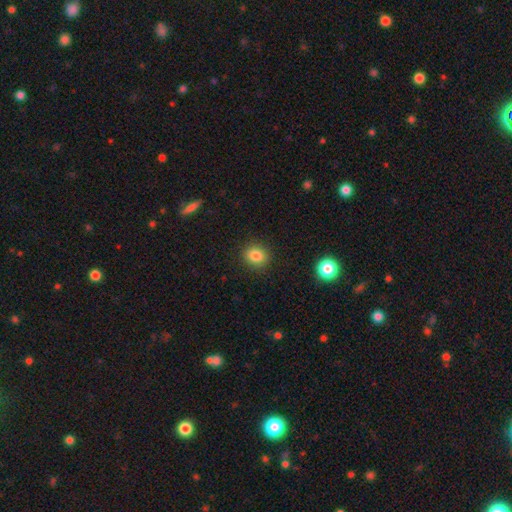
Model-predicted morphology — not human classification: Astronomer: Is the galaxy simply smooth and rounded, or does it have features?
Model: smooth — 84%.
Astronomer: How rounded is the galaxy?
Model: round — 76%.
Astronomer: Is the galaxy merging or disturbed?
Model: none — 90%.